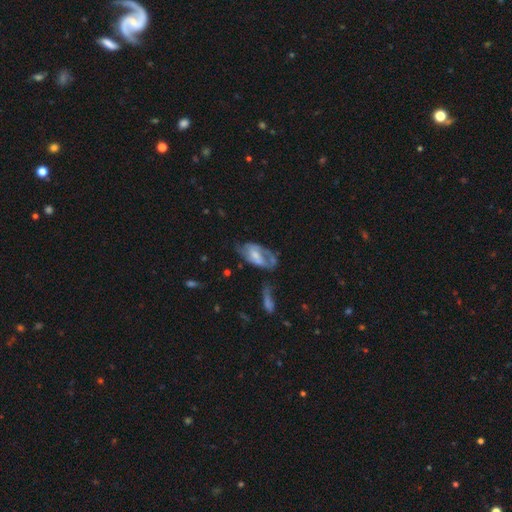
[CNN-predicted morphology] Overall: featured or disk (64%; smooth 29%). Edge-on disk: no (94%). Bar: no (45%; weak 40%). Spiral arms: yes (74%). Bulge size: moderate (39%; small 38%). Merging: none (39%; minor disturbance 26%).